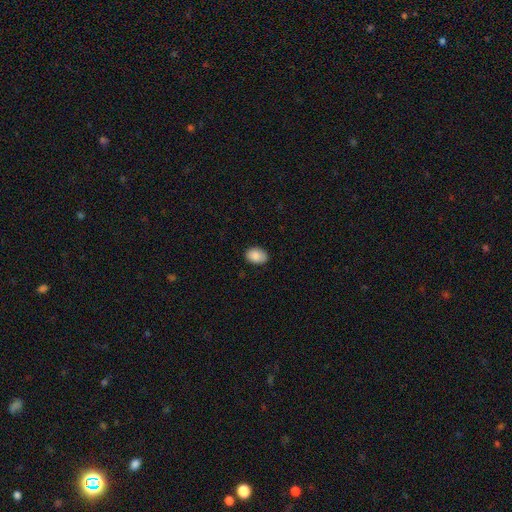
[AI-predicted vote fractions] The model was most divided on "how rounded": in between: 80%, round: 19%, cigar-shaped: 1%. More confident: smooth or featured — smooth (88%); merging — none (86%).